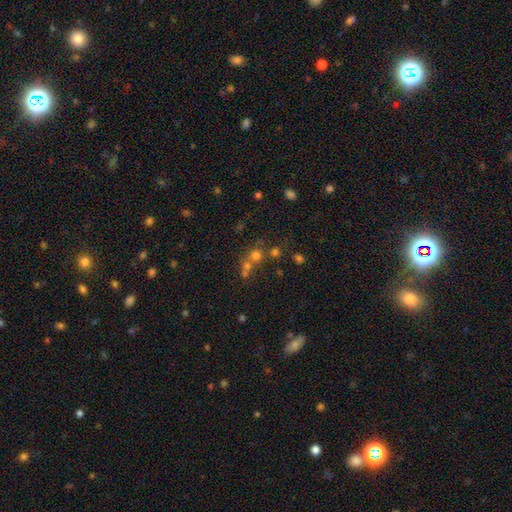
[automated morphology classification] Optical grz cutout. It shows a smooth galaxy with no disk features (61%) that is round (86%). Merging: none (48%).